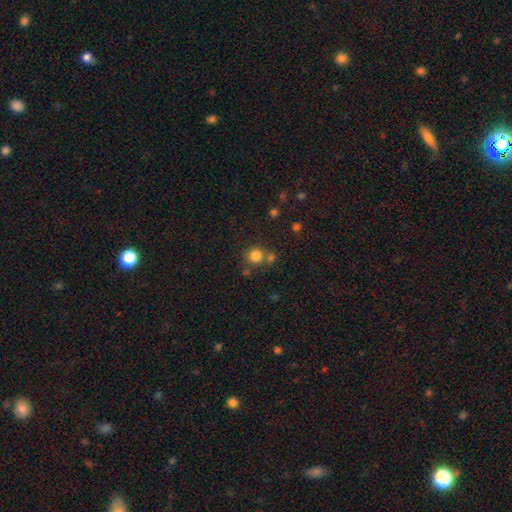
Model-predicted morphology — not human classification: Smooth or featured? smooth (81%)
How rounded? round (89%)
Merging? none (68%)